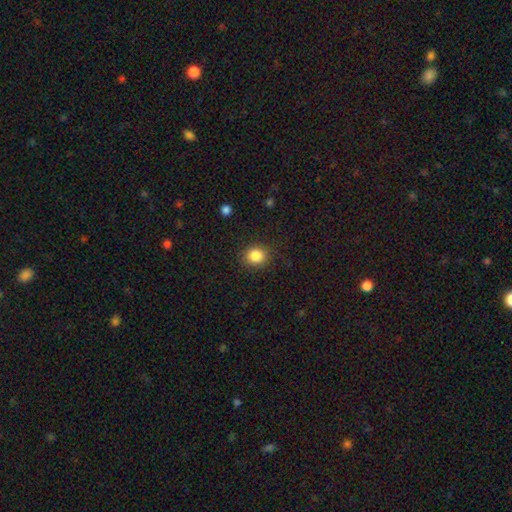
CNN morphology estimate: A smooth galaxy with no disk features (85%) that is round (76%).

Vote fractions:
- Smooth or featured? smooth: 85% / star or artifact: 10% / featured or disk: 5%
- How rounded? round: 76% / in between: 23% / cigar-shaped: 1%
- Merging? none: 86% / minor disturbance: 9% / major disturbance: 3% / merger: 1%